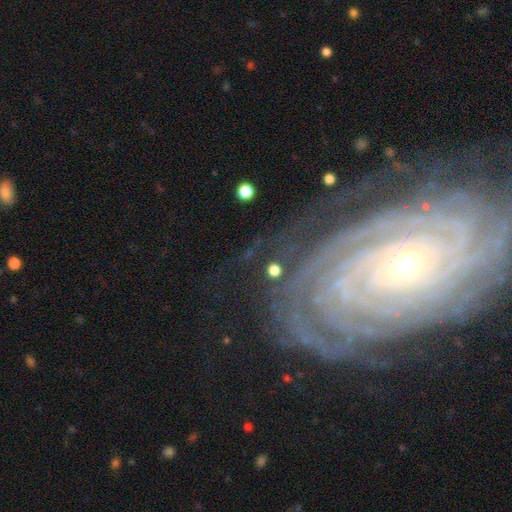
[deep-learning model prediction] Smooth or featured: featured or disk — 84% (star or artifact — 9%)
Edge-on disk: no — 96% (yes — 4%)
Bar: no — 71% (weak — 17%)
Spiral arms: yes — 96% (no — 4%)
Spiral winding: tight — 85% (medium — 12%)
Spiral arm count: can't tell — 27% (more than 4 — 23%)
Bulge size: small — 78% (moderate — 16%)
Merging: none — 73% (minor disturbance — 15%)